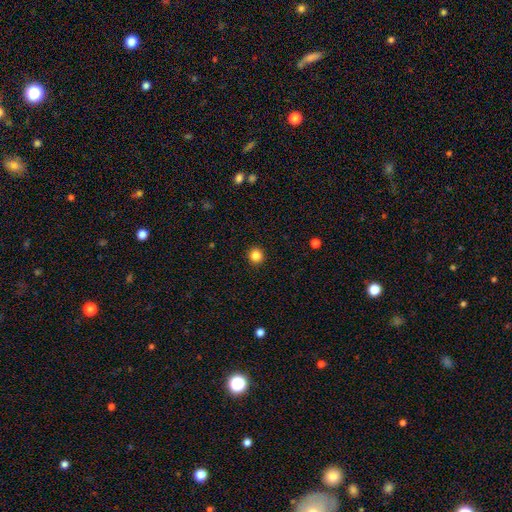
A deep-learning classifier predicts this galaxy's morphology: smooth-or-featured: smooth: 84% | star or artifact: 12% | featured or disk: 4%
  how-rounded: round: 95% | in between: 4% | cigar-shaped: 1%
  merging: none: 93% | minor disturbance: 4% | major disturbance: 2% | merger: 1%